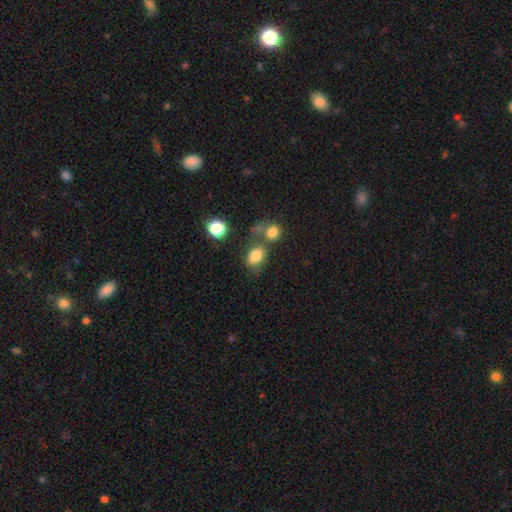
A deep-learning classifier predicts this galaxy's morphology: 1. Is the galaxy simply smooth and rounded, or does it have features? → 80% smooth, 11% star or artifact, 9% featured or disk.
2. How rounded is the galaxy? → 72% in between, 27% round, 1% cigar-shaped.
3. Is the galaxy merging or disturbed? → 48% none, 29% merger, 15% minor disturbance, 9% major disturbance.